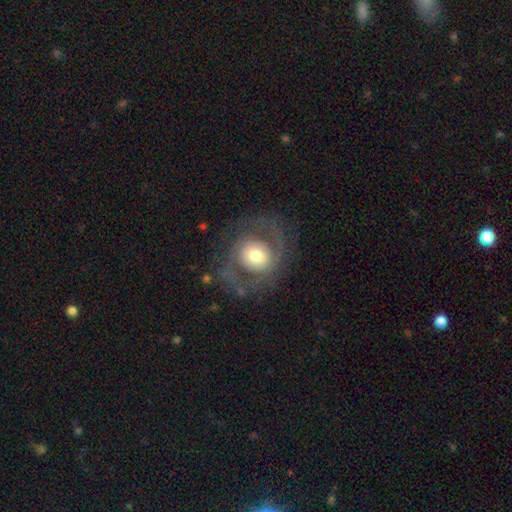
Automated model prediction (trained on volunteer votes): The model was most divided on "bulge size": moderate: 53%, large: 33%, small: 9%, dominant: 5%, none: 1%. More confident: edge-on disk — no (97%); spiral arms — yes (72%); merging — none (68%); smooth or featured — featured or disk (66%); bar — no (63%).